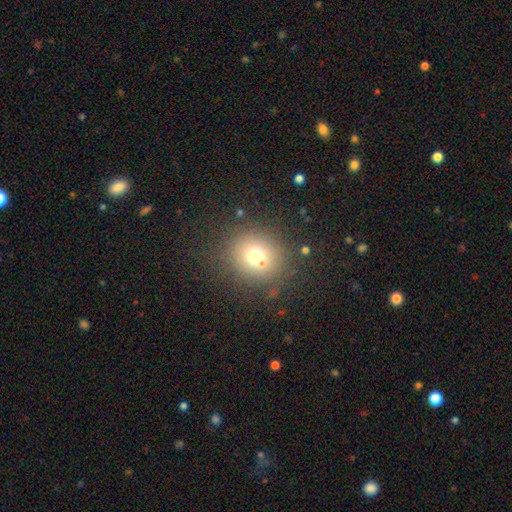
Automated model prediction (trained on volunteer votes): Smooth or featured: smooth — 66% (star or artifact — 18%)
How rounded: round — 87% (in between — 12%)
Merging: none — 66% (merger — 19%)